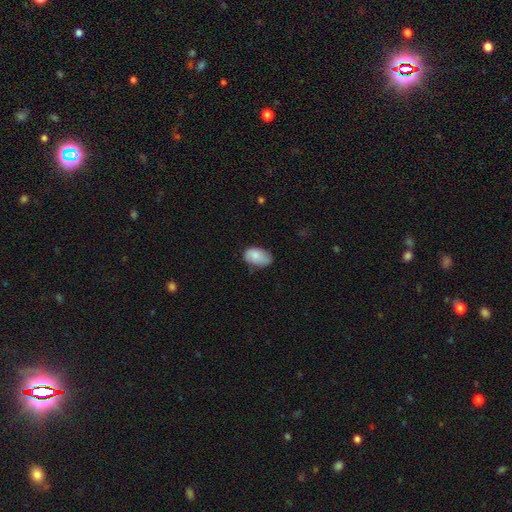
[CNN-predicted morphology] Smooth or featured: smooth — 84% (featured or disk — 9%)
How rounded: in between — 91% (round — 8%)
Merging: none — 61% (minor disturbance — 32%)